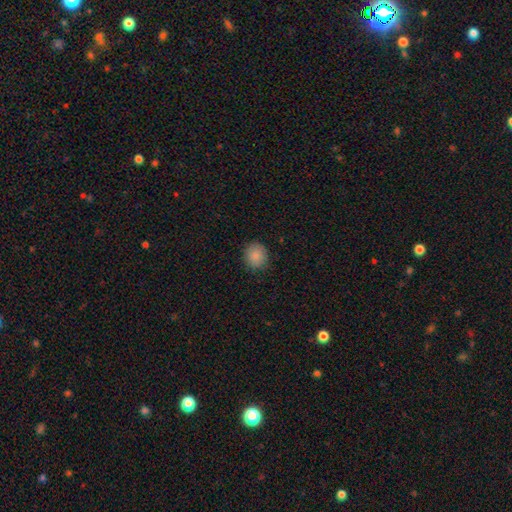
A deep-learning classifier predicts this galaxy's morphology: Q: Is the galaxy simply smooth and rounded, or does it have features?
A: smooth — 87%.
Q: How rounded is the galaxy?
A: round — 81%.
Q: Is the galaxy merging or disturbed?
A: none — 88%.